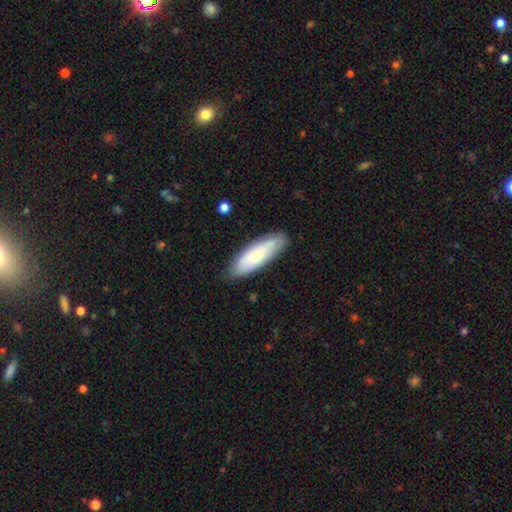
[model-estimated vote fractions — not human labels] A smooth galaxy with no disk features (62%) that is in between round and cigar-shaped (55%).

Vote fractions:
- Smooth or featured? smooth: 62% / featured or disk: 32% / star or artifact: 6%
- How rounded? in between: 55% / cigar-shaped: 43% / round: 2%
- Merging? none: 80% / minor disturbance: 15% / major disturbance: 3% / merger: 2%